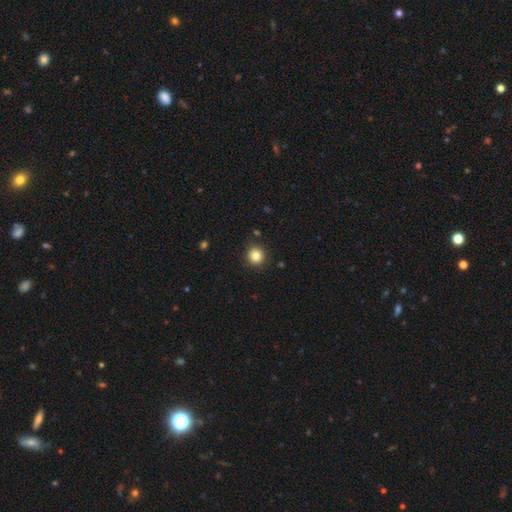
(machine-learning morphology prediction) Smooth or featured? smooth (83%)
How rounded? round (91%)
Merging? none (88%)